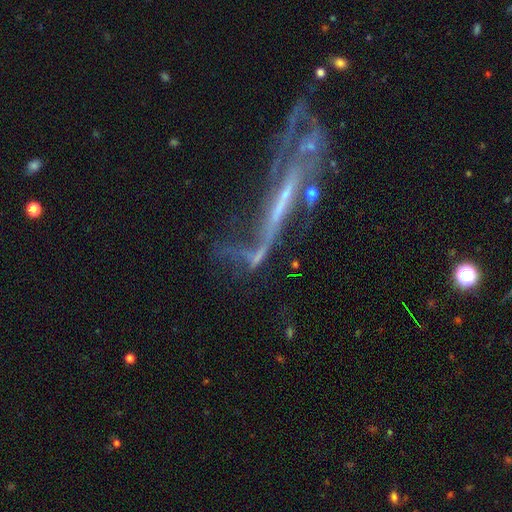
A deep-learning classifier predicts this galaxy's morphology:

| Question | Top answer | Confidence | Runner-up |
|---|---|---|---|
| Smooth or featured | featured or disk | 62% | smooth (20%) |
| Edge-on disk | no | 64% | yes (36%) |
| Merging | major disturbance | 32% | none (29%) |